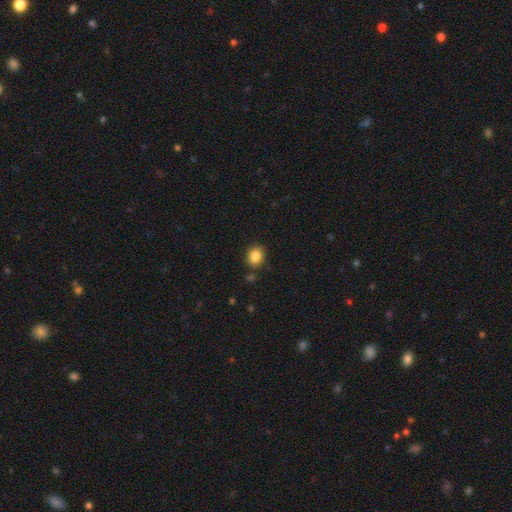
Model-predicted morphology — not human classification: Smooth or featured? Predicted: smooth (p=0.86). How rounded? Predicted: round (p=0.59). Merging? Predicted: none (p=0.84).